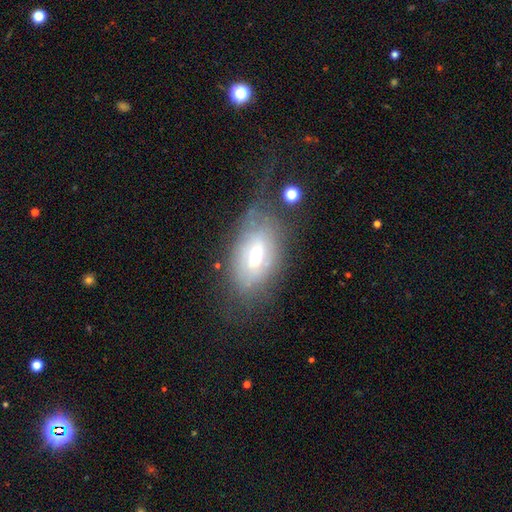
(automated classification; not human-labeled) Overall: featured or disk (48%; smooth 42%). Merging: none (49%; minor disturbance 26%).